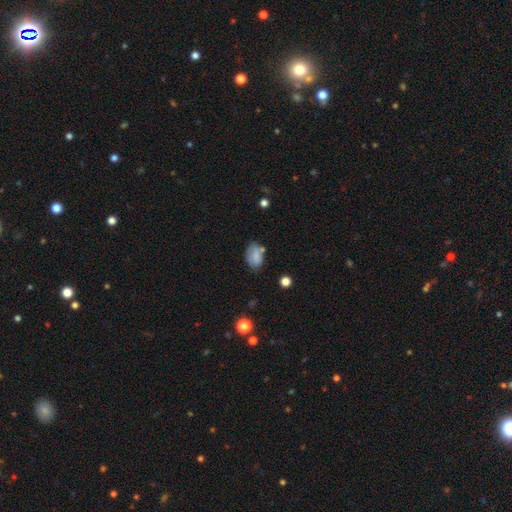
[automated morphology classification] Overall: smooth (77%). How rounded: in between (86%). Merging: none (56%; minor disturbance 27%).